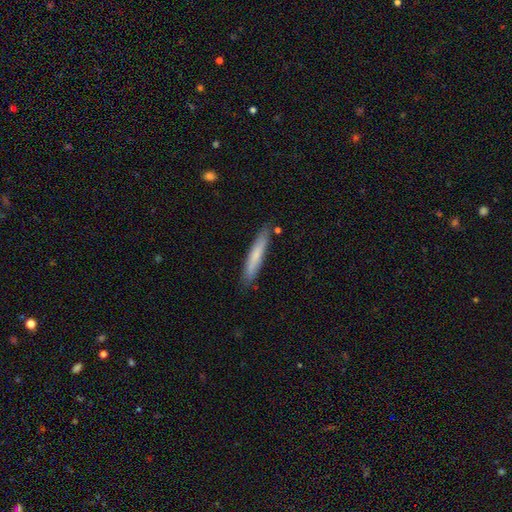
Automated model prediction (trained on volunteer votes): This appears to be a smooth galaxy with no disk features (70%) that is cigar-shaped (93%). Merging: none (84%).